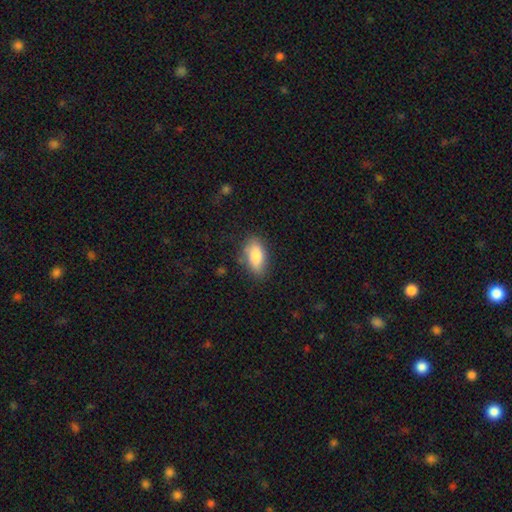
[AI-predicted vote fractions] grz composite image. It shows a smooth galaxy with no disk features (83%) that is in between round and cigar-shaped (88%). Merging: none (75%).